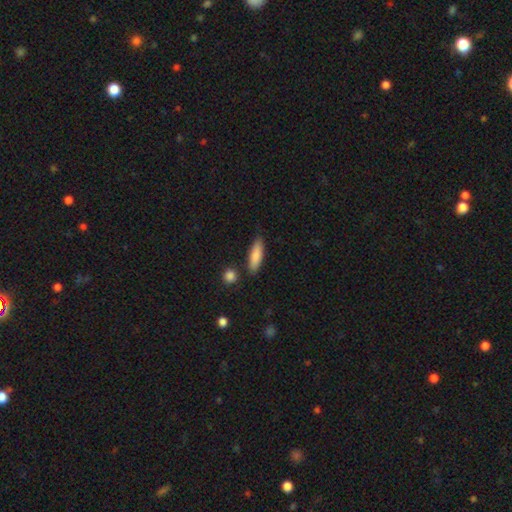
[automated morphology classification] A smooth galaxy with no disk features (84%) that is cigar-shaped (53%).

Vote fractions:
- Smooth or featured? smooth: 84% / featured or disk: 10% / star or artifact: 6%
- How rounded? cigar-shaped: 53% / in between: 45% / round: 2%
- Merging? none: 83% / minor disturbance: 11% / merger: 3% / major disturbance: 2%